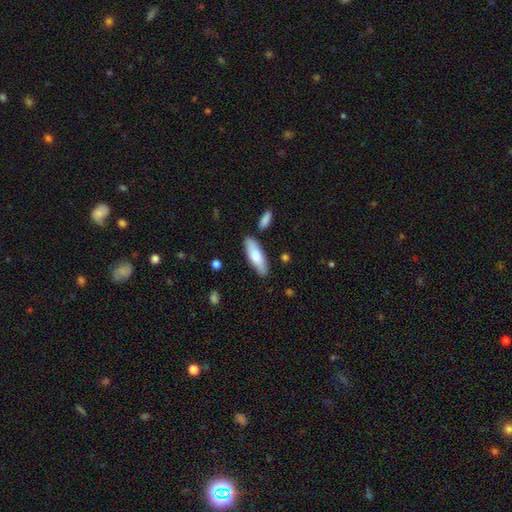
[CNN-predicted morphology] Overall: smooth (76%). How rounded: in between (54%; cigar-shaped 44%). Merging: none (82%).